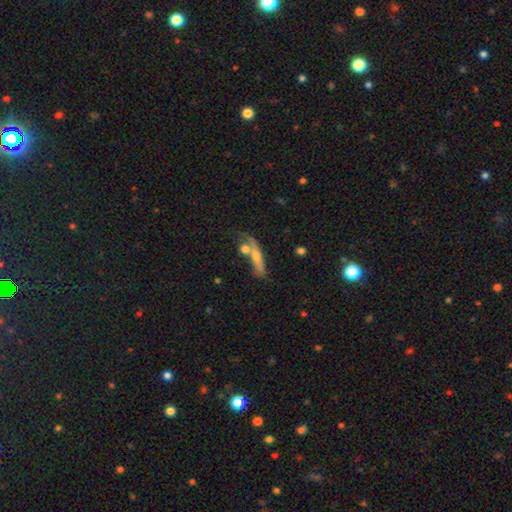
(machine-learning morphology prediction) featured or disk 46%, smooth 42%, star or artifact 12%. Down the decision tree: merging — none (51%).